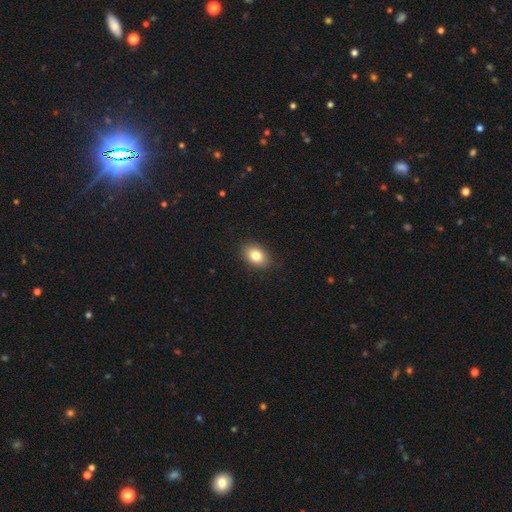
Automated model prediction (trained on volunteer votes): The model was most divided on "how rounded": in between: 78%, round: 20%, cigar-shaped: 1%. More confident: merging — none (87%); smooth or featured — smooth (82%).